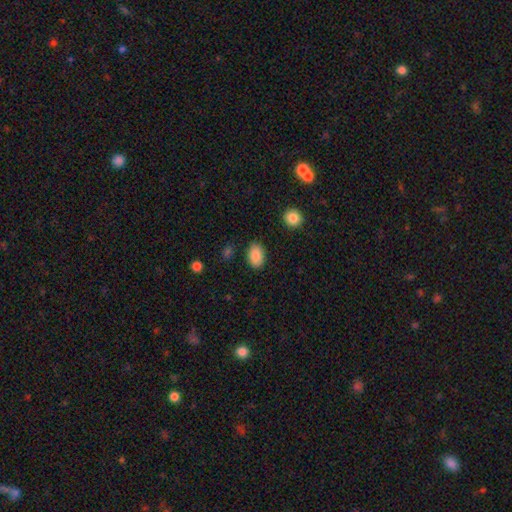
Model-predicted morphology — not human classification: This appears to be a smooth galaxy with no disk features (87%) that is in between round and cigar-shaped (87%). Merging: none (86%).